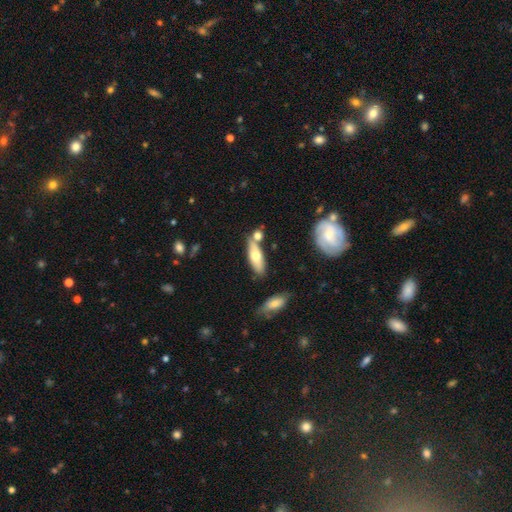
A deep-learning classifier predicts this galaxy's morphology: Q: Smooth or featured?
A: smooth (60%); runner-up: featured or disk (34%)
Q: How rounded?
A: in between (54%); runner-up: cigar-shaped (44%)
Q: Merging?
A: none (61%); runner-up: merger (19%)